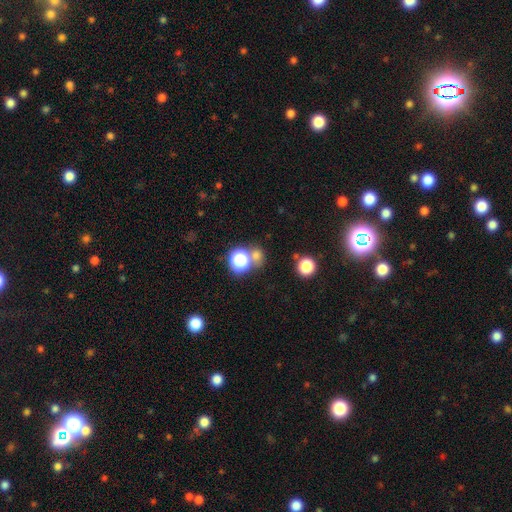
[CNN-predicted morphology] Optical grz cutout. It shows a smooth galaxy with no disk features (64%) that is round (80%). Merging: none (64%).